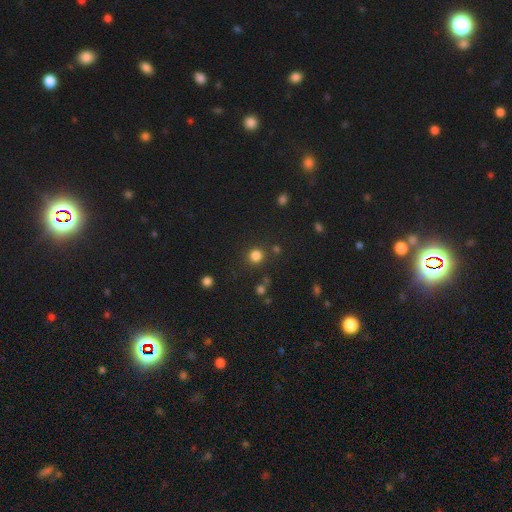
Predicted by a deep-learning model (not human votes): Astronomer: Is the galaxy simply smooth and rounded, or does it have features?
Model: smooth — 81%.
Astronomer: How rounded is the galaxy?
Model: round — 92%.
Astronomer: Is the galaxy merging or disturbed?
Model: none — 85%.